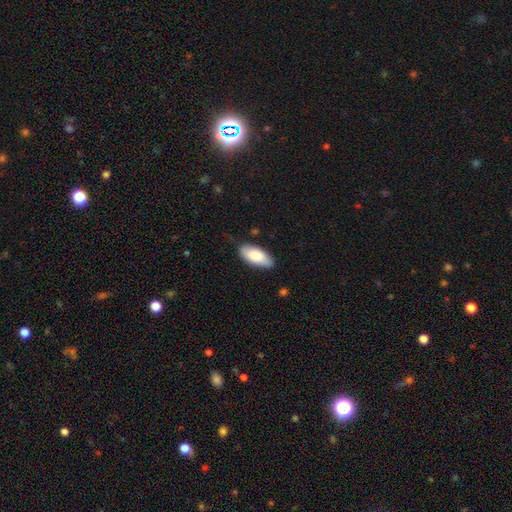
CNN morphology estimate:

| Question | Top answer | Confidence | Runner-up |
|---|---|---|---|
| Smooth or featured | smooth | 84% | featured or disk (11%) |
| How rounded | in between | 88% | cigar-shaped (10%) |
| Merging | none | 81% | minor disturbance (15%) |